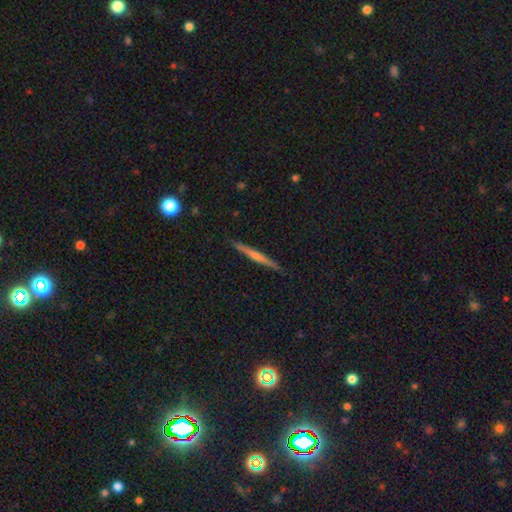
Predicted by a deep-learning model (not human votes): A featured or disk galaxy (64%) viewed edge-on (97%) with a rounded central bulge (64%).

Vote fractions:
- Smooth or featured? featured or disk: 64% / smooth: 24% / star or artifact: 12%
- Edge-on disk? yes: 97% / no: 3%
- Edge-on bulge? rounded: 64% / none: 28% / boxy: 8%
- Merging? none: 90% / minor disturbance: 7% / major disturbance: 1% / merger: 1%